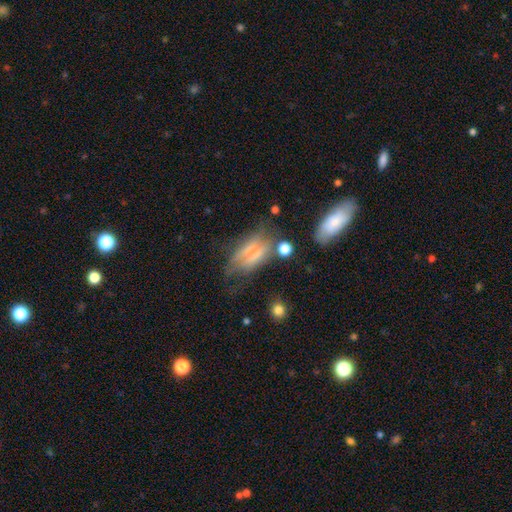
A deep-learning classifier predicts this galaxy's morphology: This appears to be a smooth galaxy with no disk features (48%). Merging: none (37%).